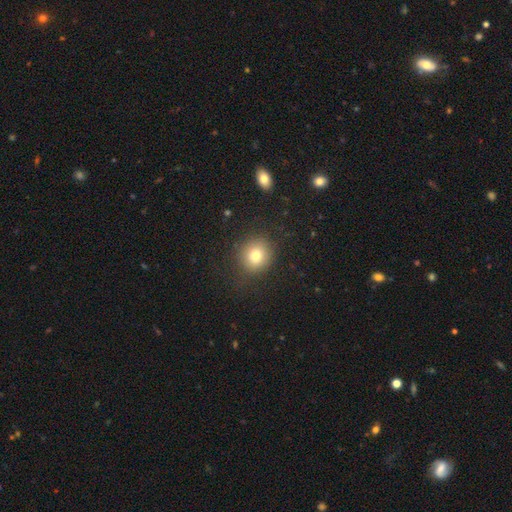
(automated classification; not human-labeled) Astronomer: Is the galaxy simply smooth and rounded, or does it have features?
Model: smooth — 78%.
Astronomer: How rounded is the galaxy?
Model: round — 87%.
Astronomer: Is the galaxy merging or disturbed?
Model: none — 86%.